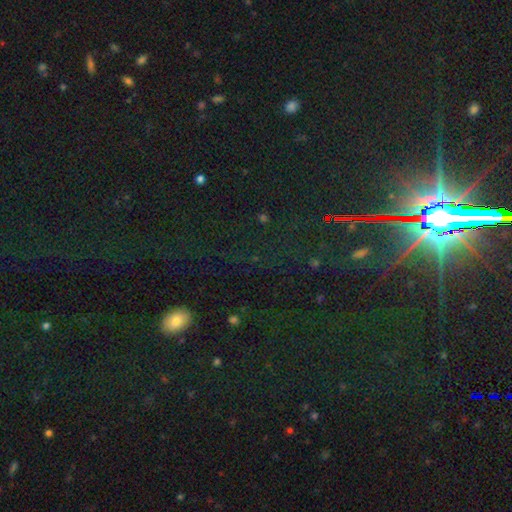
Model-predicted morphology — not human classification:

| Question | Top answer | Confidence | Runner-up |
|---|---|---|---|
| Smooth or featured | star or artifact | 77% | smooth (12%) |